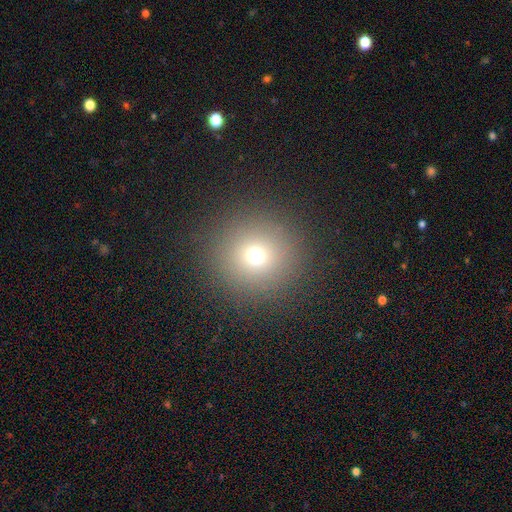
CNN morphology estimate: A smooth galaxy with no disk features (68%) that is round (94%). Merging: none (88%).